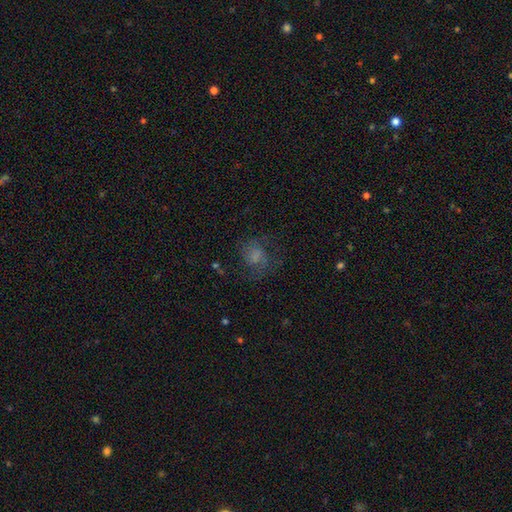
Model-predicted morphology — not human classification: Overall: featured or disk (44%; smooth 40%). Merging: none (58%; major disturbance 22%).